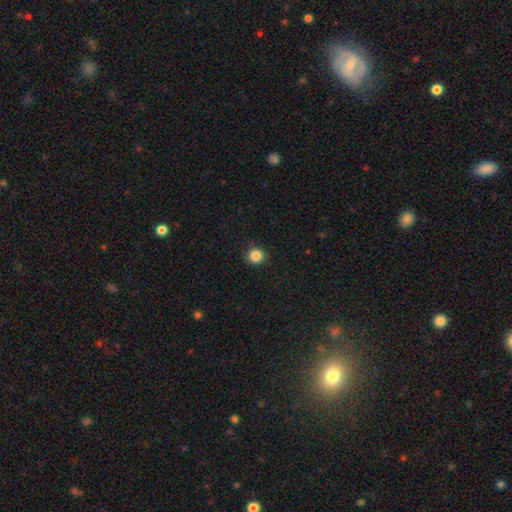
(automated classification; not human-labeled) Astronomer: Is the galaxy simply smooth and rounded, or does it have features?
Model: smooth — 86%.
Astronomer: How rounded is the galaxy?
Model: round — 93%.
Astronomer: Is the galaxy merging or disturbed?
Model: none — 91%.